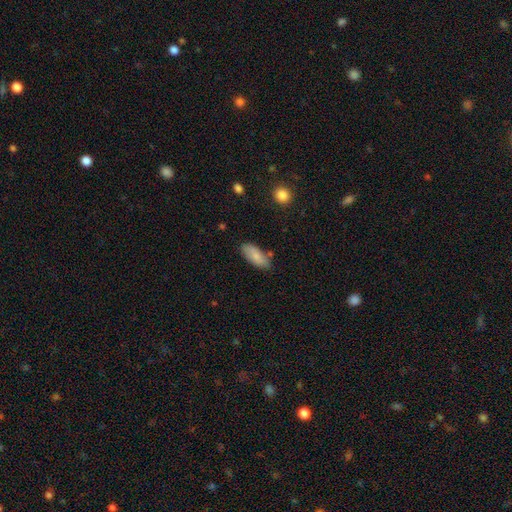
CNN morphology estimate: This is likely a smooth galaxy (80%). How rounded: clearly in between (85%). Merging: likely none (76%).